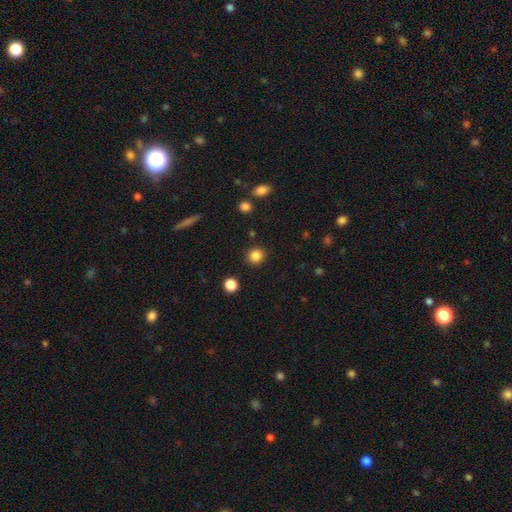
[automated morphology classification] smooth_or_featured: smooth (p=0.85) [alt: star or artifact p=0.11]
how_rounded: round (p=0.91) [alt: in between p=0.08]
merging: none (p=0.91) [alt: minor disturbance p=0.05]